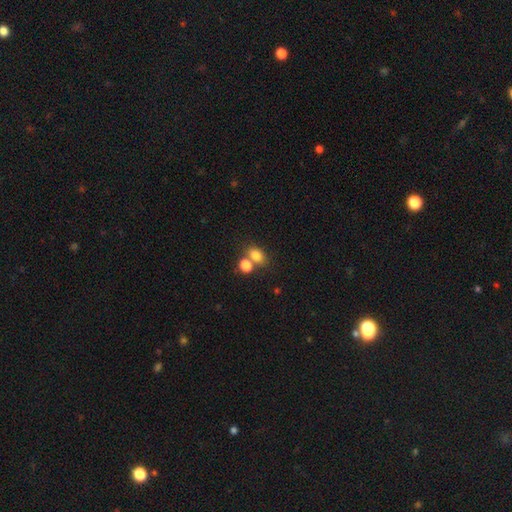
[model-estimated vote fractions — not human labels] Smooth or featured? smooth (80%)
How rounded? in between (64%)
Merging? none (49%)